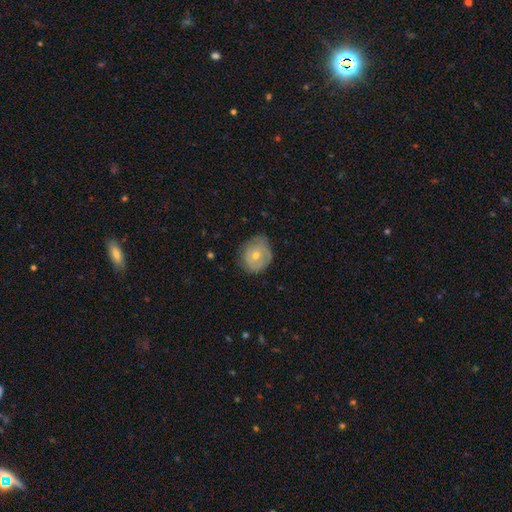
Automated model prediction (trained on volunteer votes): Morphology: type=smooth (49%); merging=none (59%).